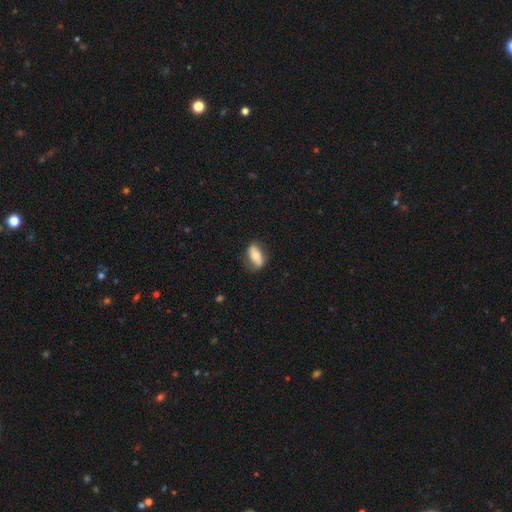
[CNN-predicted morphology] Smooth or featured: smooth — 61% (featured or disk — 32%)
How rounded: in between — 77% (cigar-shaped — 17%)
Merging: none — 72% (minor disturbance — 20%)